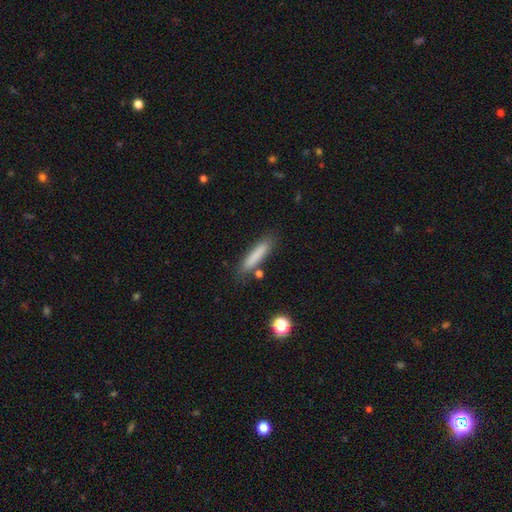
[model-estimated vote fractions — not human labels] A smooth galaxy with no disk features (81%) that is cigar-shaped (87%). Merging: none (81%).